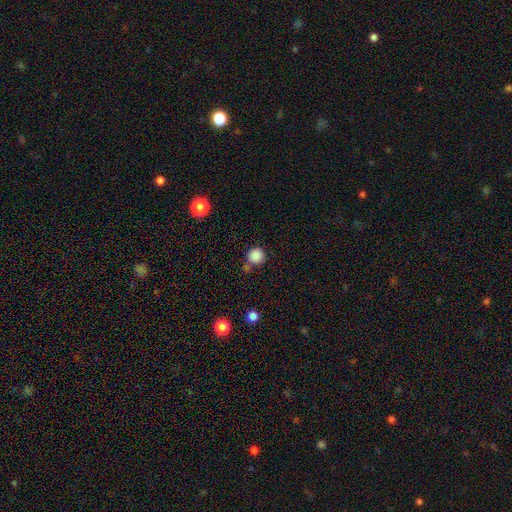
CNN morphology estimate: Smooth or featured? smooth (86%)
How rounded? round (93%)
Merging? none (64%)